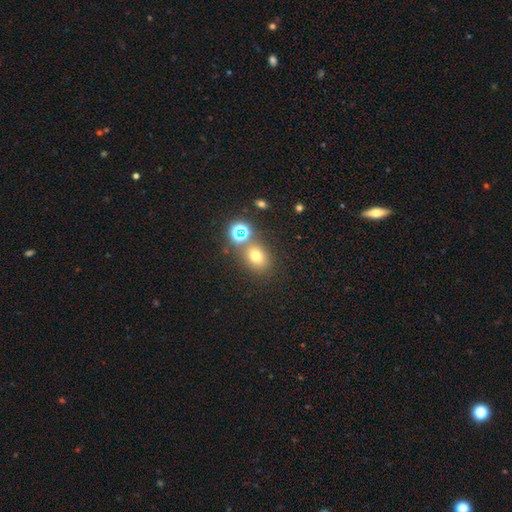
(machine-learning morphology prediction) The model was most divided on "how rounded": round: 52%, in between: 47%, cigar-shaped: 1%. More confident: merging — none (69%); smooth or featured — smooth (67%).